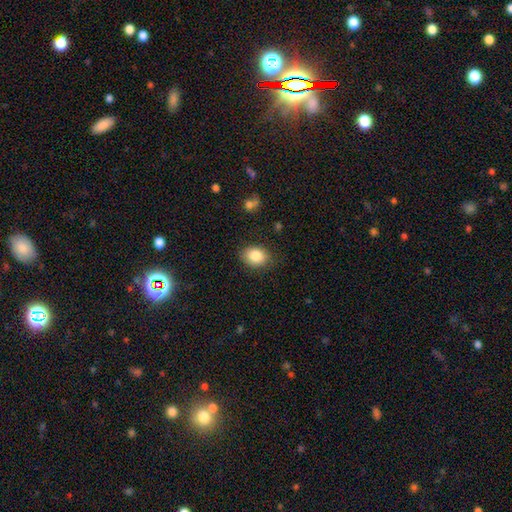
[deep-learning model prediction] Smooth or featured? Predicted: smooth (p=0.84). How rounded? Predicted: in between (p=0.63). Merging? Predicted: none (p=0.82).